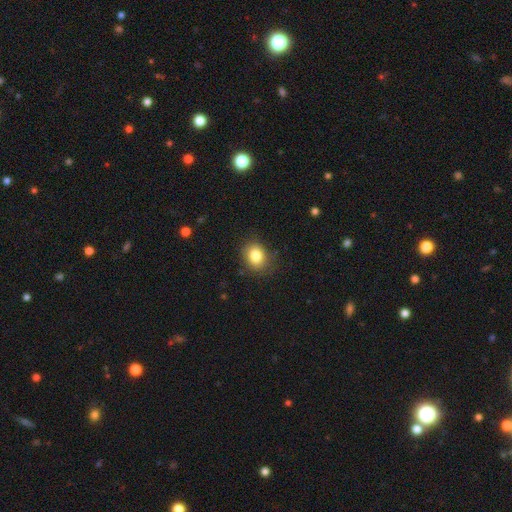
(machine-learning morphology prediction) This appears to be a smooth galaxy with no disk features (83%) that is round (53%). Merging: none (83%).